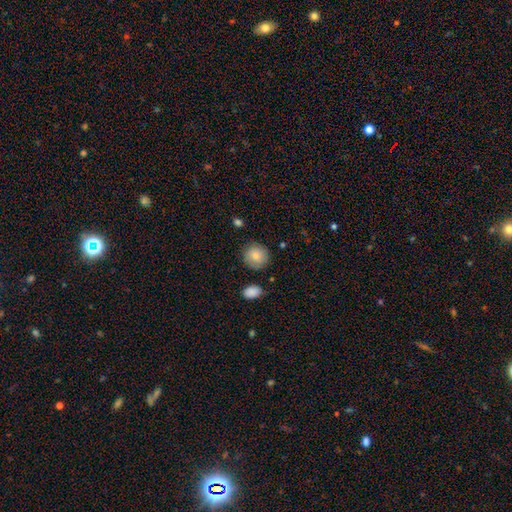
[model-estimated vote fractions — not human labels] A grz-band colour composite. It shows a smooth galaxy with no disk features (83%) that is round (90%). Merging: none (84%).